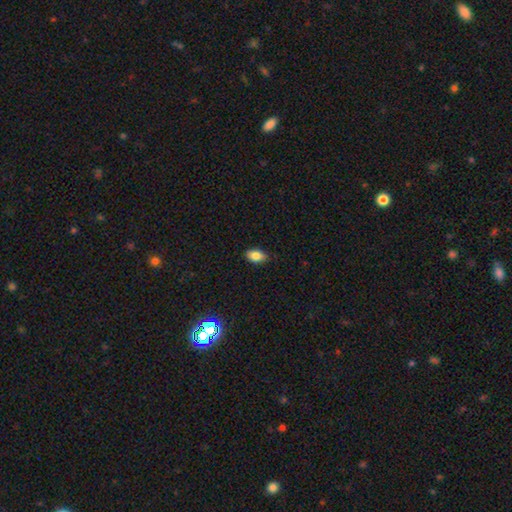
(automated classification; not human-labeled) Overall: smooth (85%). How rounded: in between (90%). Merging: none (85%).